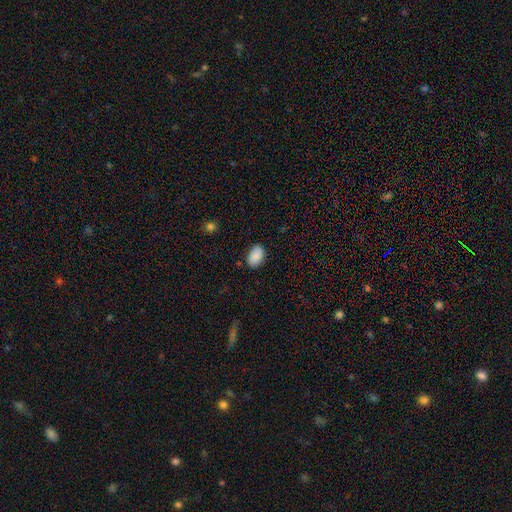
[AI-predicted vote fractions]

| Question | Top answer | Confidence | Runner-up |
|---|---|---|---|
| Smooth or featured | smooth | 89% | star or artifact (7%) |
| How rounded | in between | 90% | round (9%) |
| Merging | none | 83% | minor disturbance (13%) |